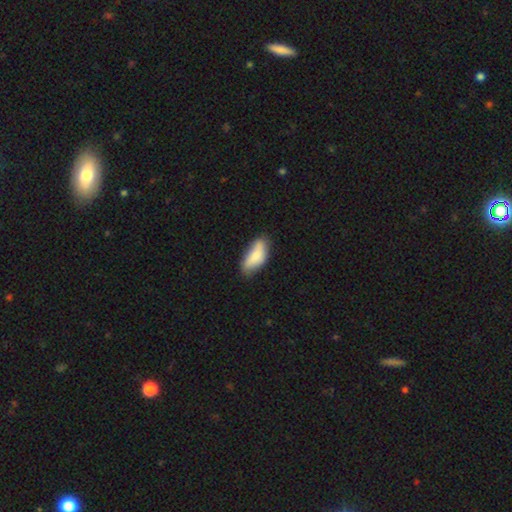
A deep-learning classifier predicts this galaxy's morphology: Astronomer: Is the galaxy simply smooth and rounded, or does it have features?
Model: smooth — 77%.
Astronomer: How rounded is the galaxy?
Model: in between — 83%.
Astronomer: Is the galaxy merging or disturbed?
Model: none — 58%.